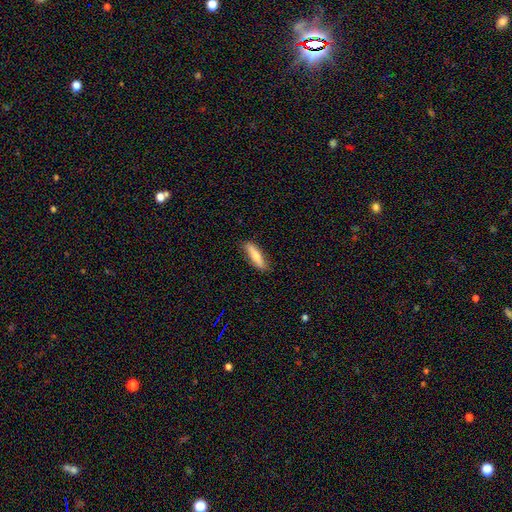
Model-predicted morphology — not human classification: A smooth galaxy with no disk features (67%) that is cigar-shaped (75%). Merging: none (86%).